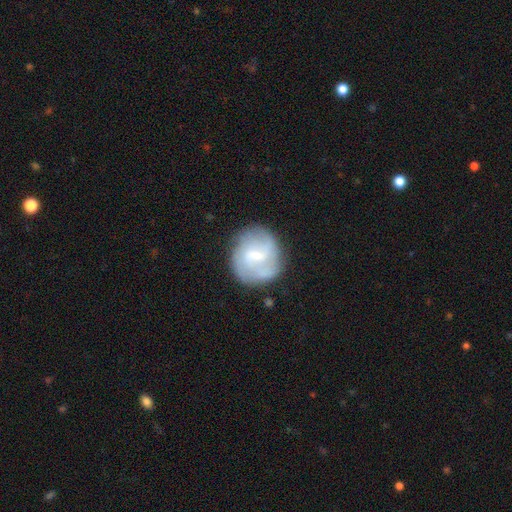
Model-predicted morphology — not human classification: Smooth or featured? featured or disk (62%)
Edge-on disk? no (98%)
Bar? weak (57%)
Spiral arms? yes (83%)
Spiral winding? medium (40%)
Spiral arm count? can't tell (33%, tied with 2)
Bulge size? small (55%)
Merging? none (73%)